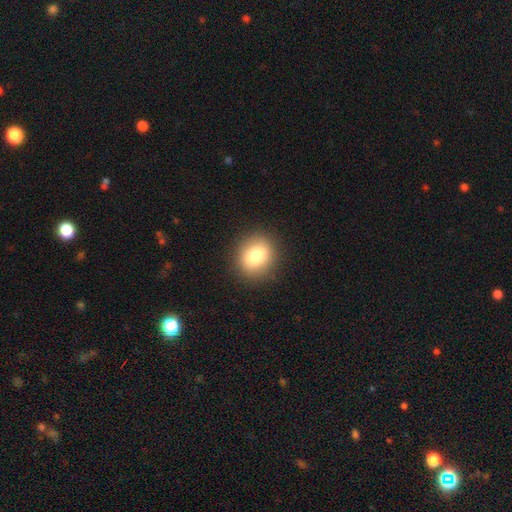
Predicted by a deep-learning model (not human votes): smooth-or-featured: smooth: 80% | featured or disk: 10% | star or artifact: 10%
  how-rounded: round: 74% | in between: 26% | cigar-shaped: 1%
  merging: none: 89% | minor disturbance: 7% | major disturbance: 3% | merger: 1%